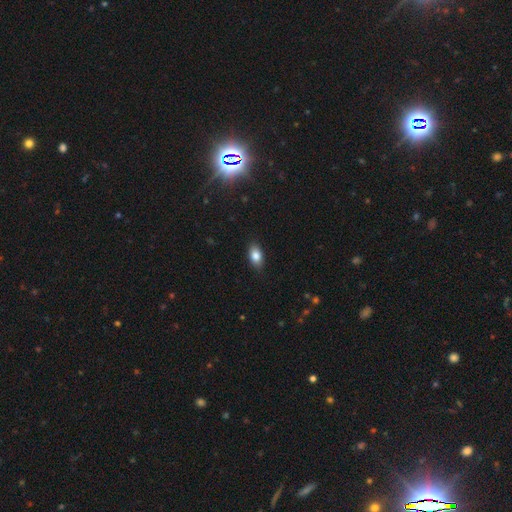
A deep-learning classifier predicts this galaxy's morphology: This is clearly a smooth galaxy (84%). How rounded: clearly in between (88%). Merging: clearly none (86%).